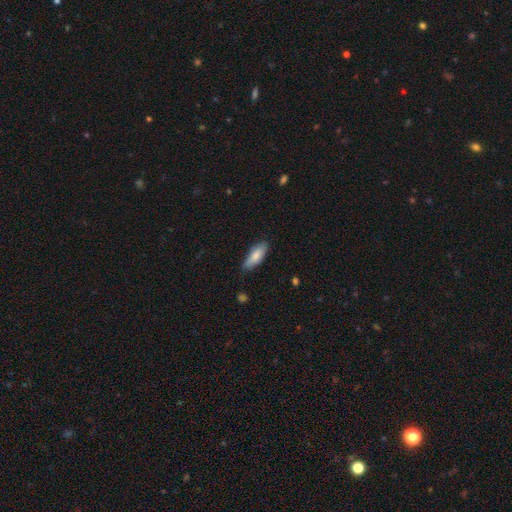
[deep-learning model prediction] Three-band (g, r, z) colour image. It shows a smooth galaxy with no disk features (80%) that is in between round and cigar-shaped (65%). Merging: none (73%).